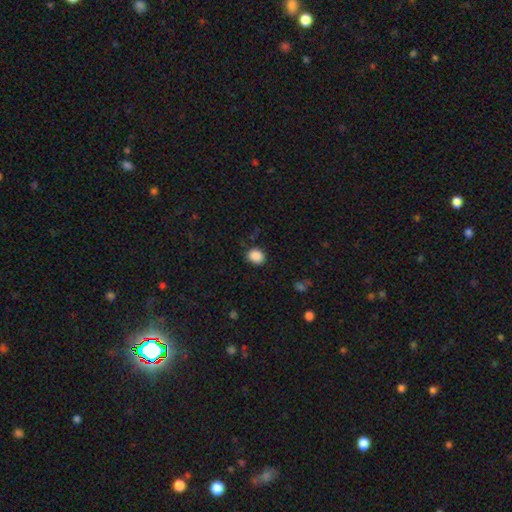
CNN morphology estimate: The model was most divided on "how rounded": round: 64%, in between: 35%, cigar-shaped: 1%. More confident: smooth or featured — smooth (88%); merging — none (84%).